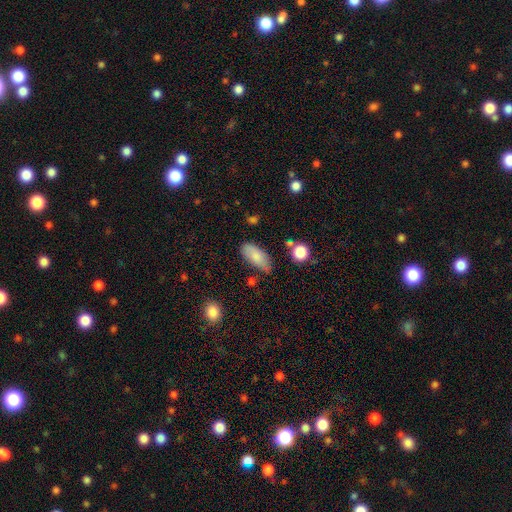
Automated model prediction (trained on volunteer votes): The model was most divided on "merging": none: 65%, minor disturbance: 25%, major disturbance: 6%, merger: 4%. More confident: how rounded — in between (87%); smooth or featured — smooth (81%).